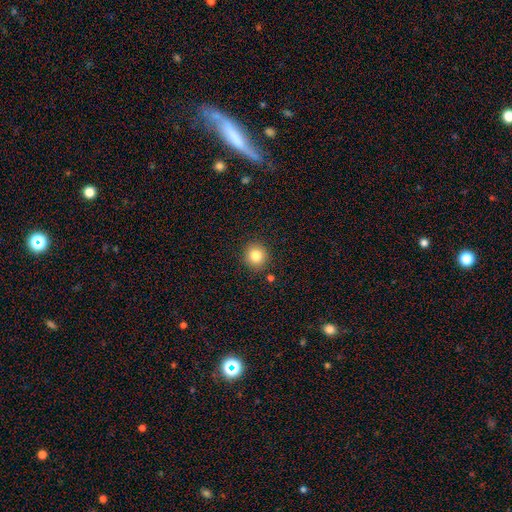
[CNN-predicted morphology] Smooth or featured? smooth (83%)
How rounded? round (91%)
Merging? none (89%)